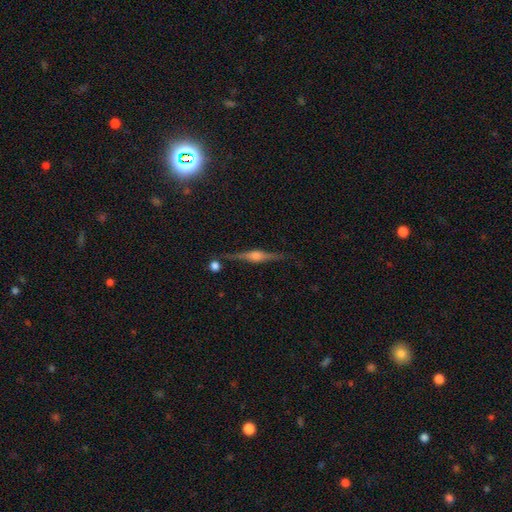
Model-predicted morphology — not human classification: A featured or disk galaxy (83%) viewed edge-on (98%) with a rounded central bulge (87%).

Vote fractions:
- Smooth or featured? featured or disk: 83% / smooth: 9% / star or artifact: 8%
- Edge-on disk? yes: 98% / no: 2%
- Edge-on bulge? rounded: 87% / boxy: 10% / none: 3%
- Merging? none: 86% / minor disturbance: 9% / merger: 3% / major disturbance: 2%